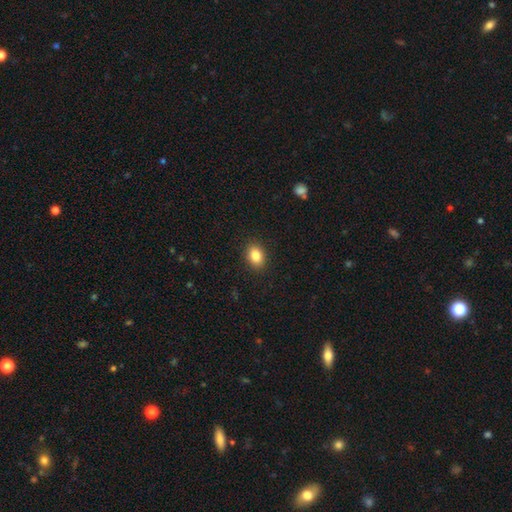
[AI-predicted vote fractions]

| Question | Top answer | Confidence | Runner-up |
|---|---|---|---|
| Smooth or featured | smooth | 85% | star or artifact (9%) |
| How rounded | in between | 71% | round (28%) |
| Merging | none | 90% | minor disturbance (7%) |